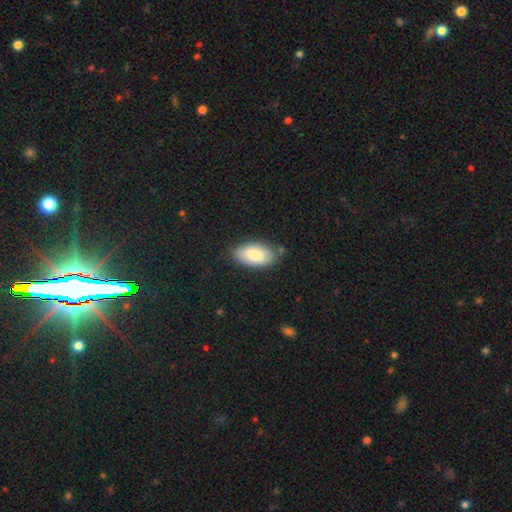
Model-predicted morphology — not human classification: Smooth or featured: smooth — 82% (featured or disk — 12%)
How rounded: in between — 93% (cigar-shaped — 4%)
Merging: none — 80% (minor disturbance — 15%)